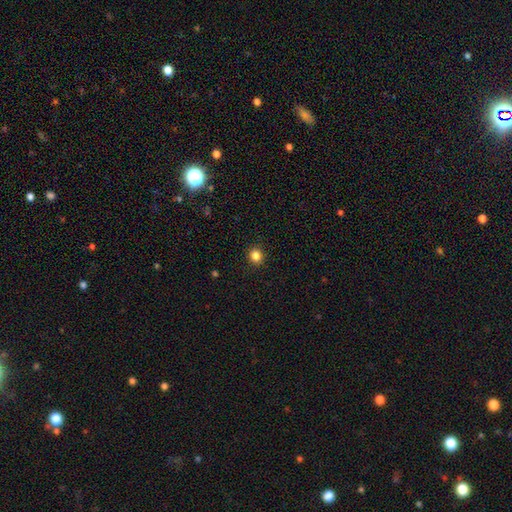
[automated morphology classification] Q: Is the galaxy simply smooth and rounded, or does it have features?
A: smooth — 85%.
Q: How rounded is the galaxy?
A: round — 83%.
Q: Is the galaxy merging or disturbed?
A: none — 91%.